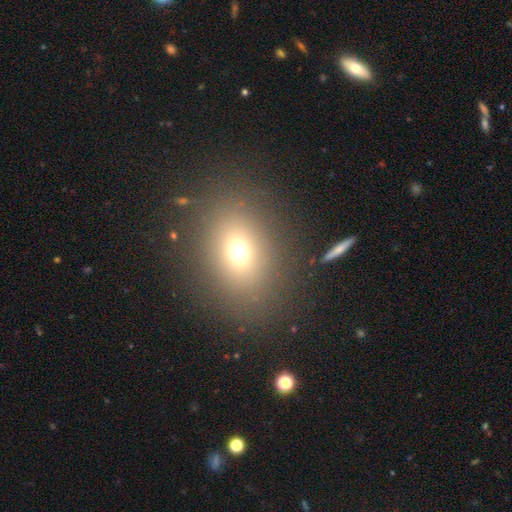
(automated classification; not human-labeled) A smooth galaxy with no disk features (66%) that is in between round and cigar-shaped (60%). Merging: none (86%).